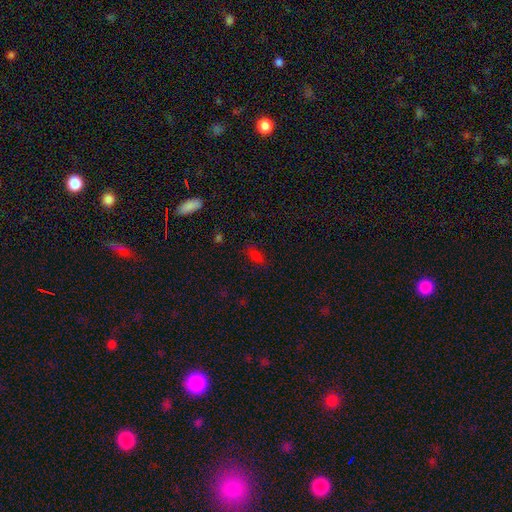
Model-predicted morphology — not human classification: This appears to be a smooth galaxy with no disk features (74%) that is in between round and cigar-shaped (82%). Merging: none (78%).